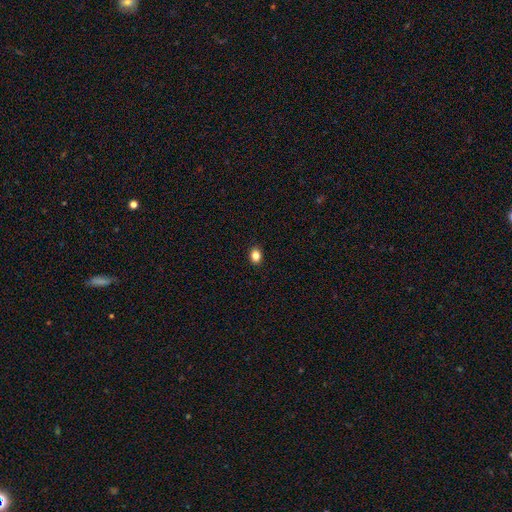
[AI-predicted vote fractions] smooth 85%, star or artifact 11%, featured or disk 5%. Down the decision tree: how rounded — in between (56%); merging — none (91%).